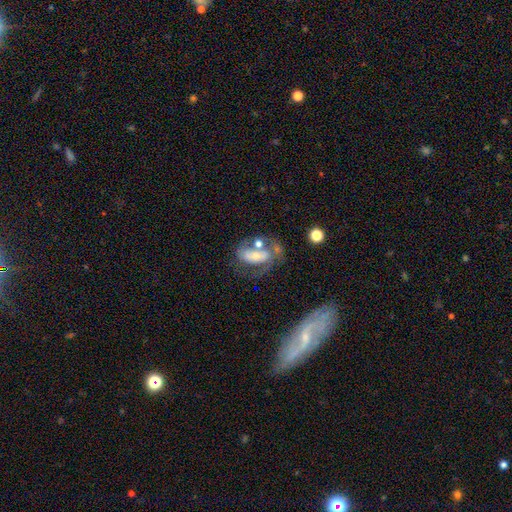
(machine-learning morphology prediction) Smooth or featured?
  - featured or disk: 65% *
  - smooth: 26%
  - star or artifact: 8%
Edge-on disk?
  - no: 95% *
  - yes: 5%
Bar?
  - no: 45% *
  - weak: 29%
  - strong: 26%
Spiral arms?
  - yes: 73% *
  - no: 27%
Bulge size?
  - small: 49% *
  - moderate: 35%
  - large: 8%
  - none: 6%
  - dominant: 2%
Merging?
  - none: 34% *
  - major disturbance: 26%
  - merger: 22%
  - minor disturbance: 18%